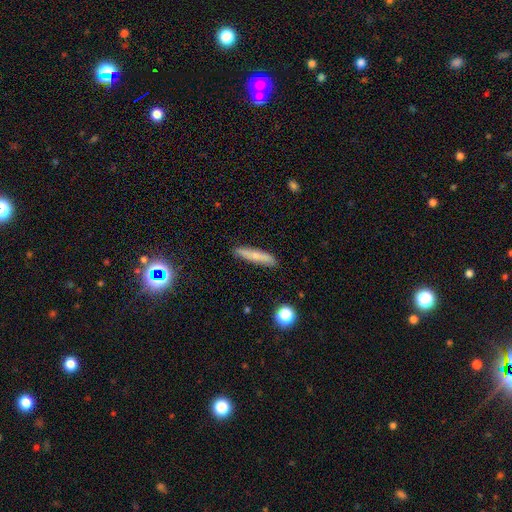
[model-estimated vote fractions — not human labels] smooth_or_featured: smooth (p=0.68) [alt: featured or disk p=0.24]
how_rounded: cigar-shaped (p=0.88) [alt: in between p=0.10]
merging: none (p=0.85) [alt: minor disturbance p=0.11]